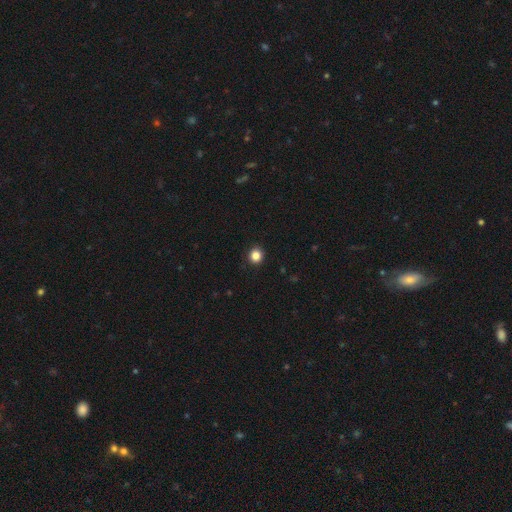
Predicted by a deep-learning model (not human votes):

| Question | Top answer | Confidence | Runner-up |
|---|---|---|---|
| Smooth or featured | smooth | 85% | star or artifact (11%) |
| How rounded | round | 90% | in between (9%) |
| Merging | none | 93% | minor disturbance (5%) |